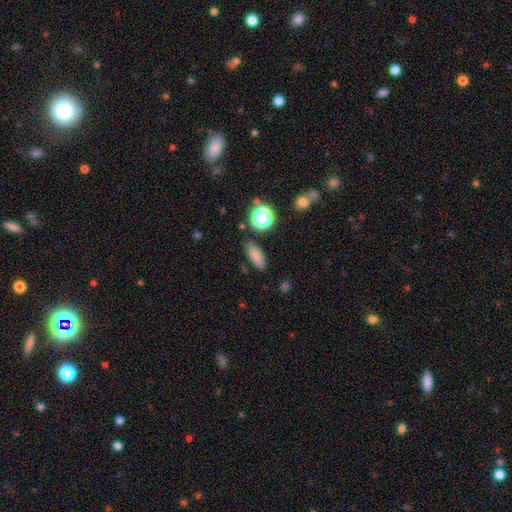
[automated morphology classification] This is likely a smooth galaxy (78%). How rounded: likely in between (70%). Merging: clearly none (83%).